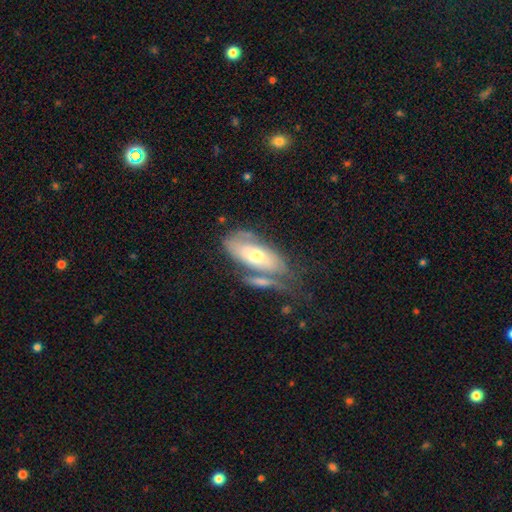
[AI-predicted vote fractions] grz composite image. It shows a featured or disk galaxy (55%). Merging: none (40%).